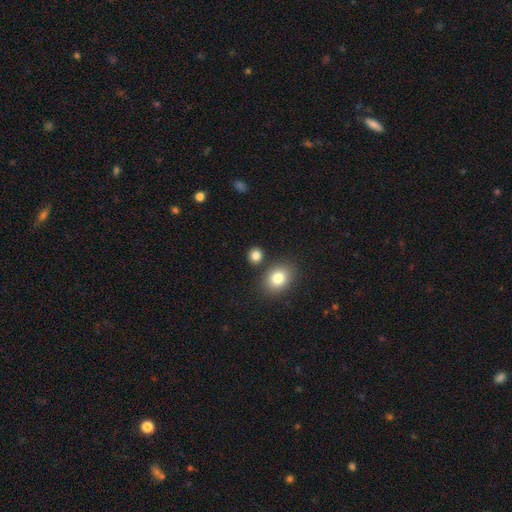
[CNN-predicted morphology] Smooth or featured? smooth (83%)
How rounded? round (76%)
Merging? none (81%)